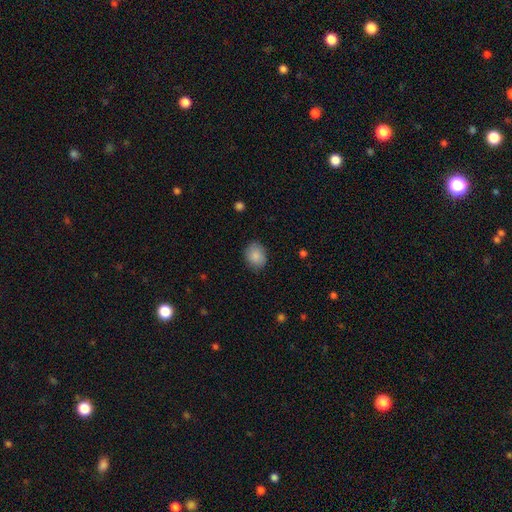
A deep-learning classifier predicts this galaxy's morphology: smooth_or_featured: smooth (p=0.87) [alt: star or artifact p=0.07]
how_rounded: in between (p=0.53) [alt: round p=0.47]
merging: none (p=0.84) [alt: minor disturbance p=0.12]